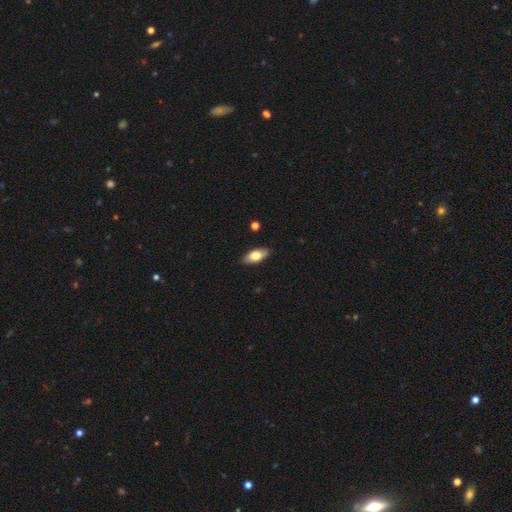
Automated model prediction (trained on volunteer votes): Smooth or featured: smooth — 71% (featured or disk — 23%)
How rounded: in between — 85% (cigar-shaped — 12%)
Merging: none — 87% (minor disturbance — 10%)